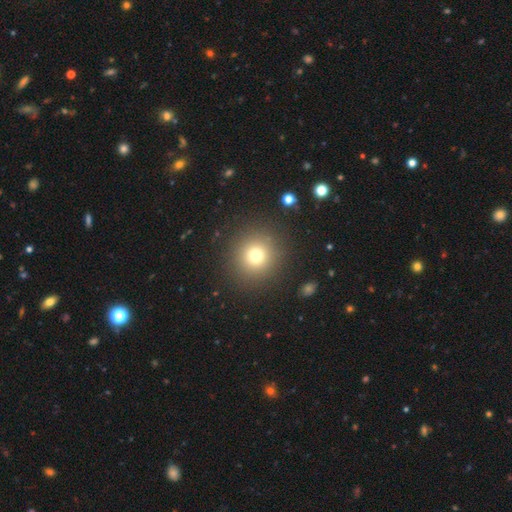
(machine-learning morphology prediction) type=smooth (74%); roundness=round (93%); merging=none (89%).